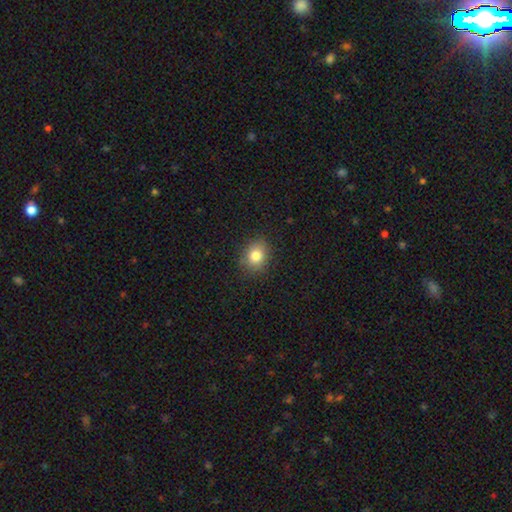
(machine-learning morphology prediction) smooth-or-featured: smooth: 82% | star or artifact: 11% | featured or disk: 8%
  how-rounded: round: 63% | in between: 36% | cigar-shaped: 1%
  merging: none: 87% | minor disturbance: 10% | major disturbance: 3% | merger: 1%